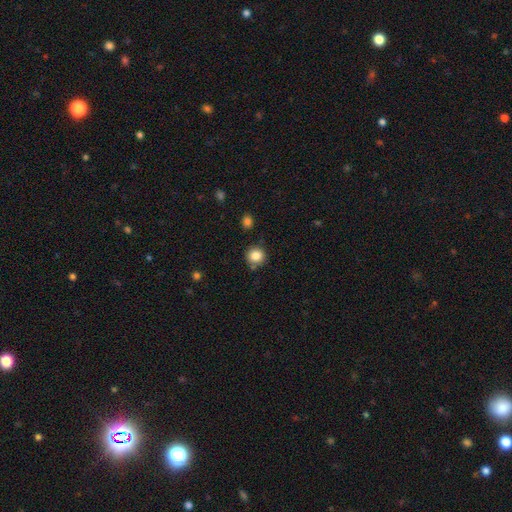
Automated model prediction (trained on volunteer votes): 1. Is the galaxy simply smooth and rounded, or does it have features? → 84% smooth, 10% star or artifact, 6% featured or disk.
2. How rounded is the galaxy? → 91% round, 8% in between, 1% cigar-shaped.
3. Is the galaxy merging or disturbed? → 82% none, 10% minor disturbance, 6% merger, 3% major disturbance.